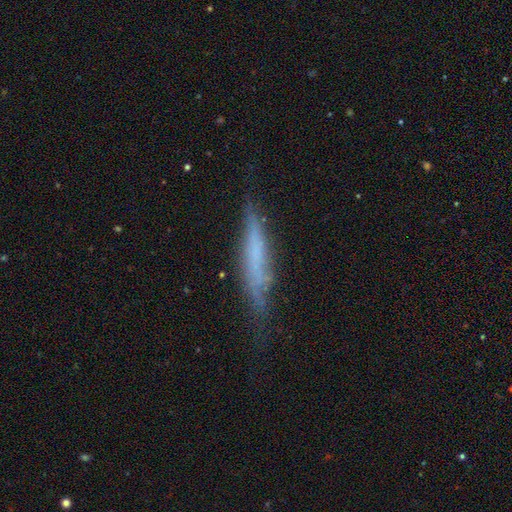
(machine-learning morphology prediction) A featured or disk galaxy (47%).

Vote fractions:
- Smooth or featured? featured or disk: 47% / smooth: 44% / star or artifact: 9%
- Merging? none: 59% / minor disturbance: 30% / major disturbance: 9% / merger: 2%